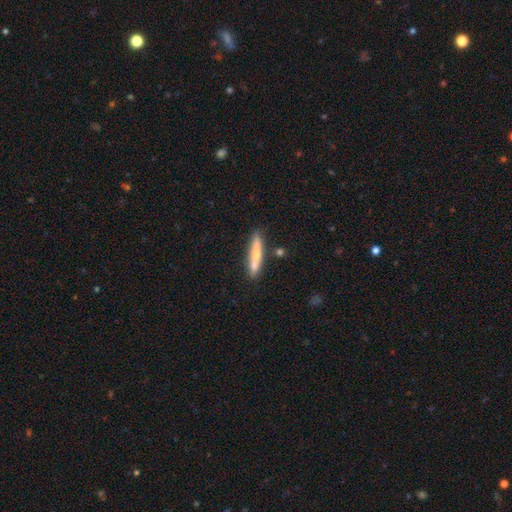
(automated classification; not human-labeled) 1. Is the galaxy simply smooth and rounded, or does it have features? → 67% smooth, 27% featured or disk, 6% star or artifact.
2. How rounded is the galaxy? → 91% cigar-shaped, 7% in between, 2% round.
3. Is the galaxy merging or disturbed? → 78% none, 13% minor disturbance, 7% merger, 3% major disturbance.